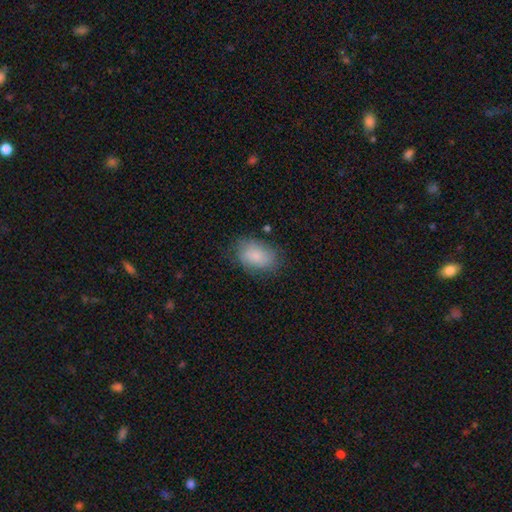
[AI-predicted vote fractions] Overall: smooth (84%). How rounded: in between (86%). Merging: none (73%).